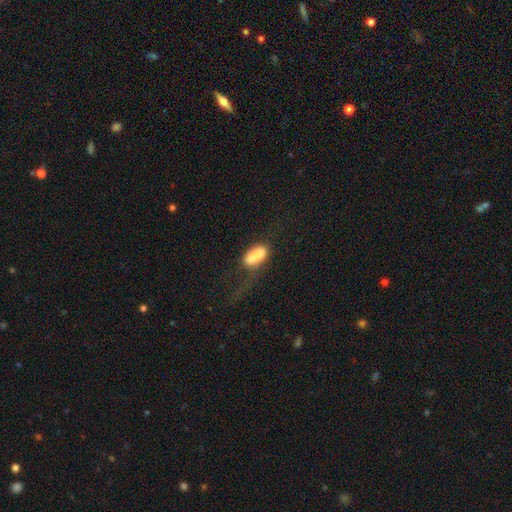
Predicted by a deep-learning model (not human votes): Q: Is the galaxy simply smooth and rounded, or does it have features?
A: smooth — 71%.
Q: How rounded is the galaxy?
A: in between — 80%.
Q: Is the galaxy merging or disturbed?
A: merger — 29%.